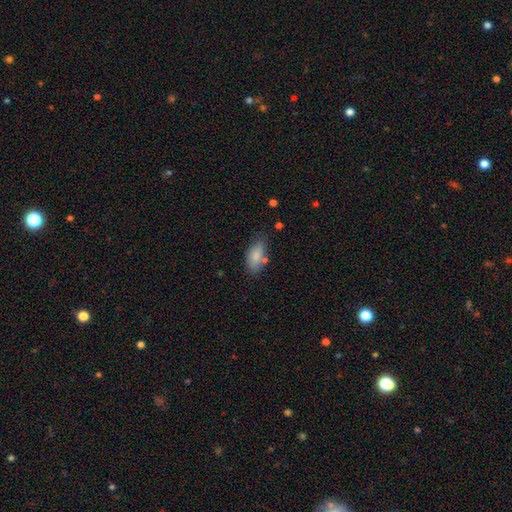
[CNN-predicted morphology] This appears to be a smooth galaxy with no disk features (84%) that is in between round and cigar-shaped (89%). Merging: none (64%).